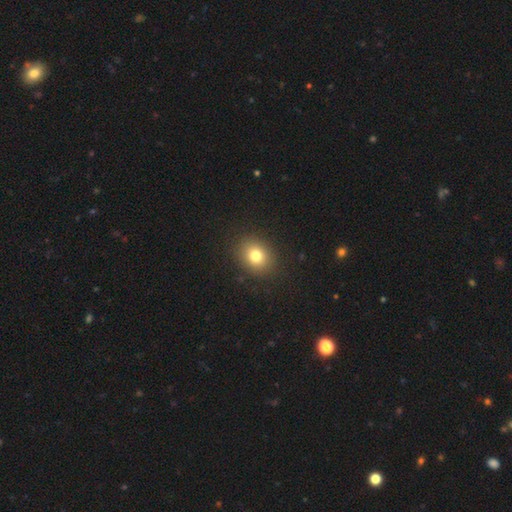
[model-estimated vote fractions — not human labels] Morphology: type=smooth (78%); roundness=round (60%); merging=none (89%).